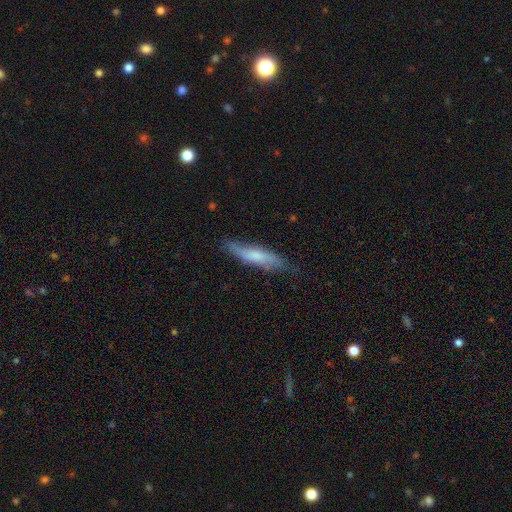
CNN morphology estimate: Smooth or featured: smooth — 58% (featured or disk — 36%)
How rounded: cigar-shaped — 80% (in between — 18%)
Merging: none — 69% (minor disturbance — 24%)